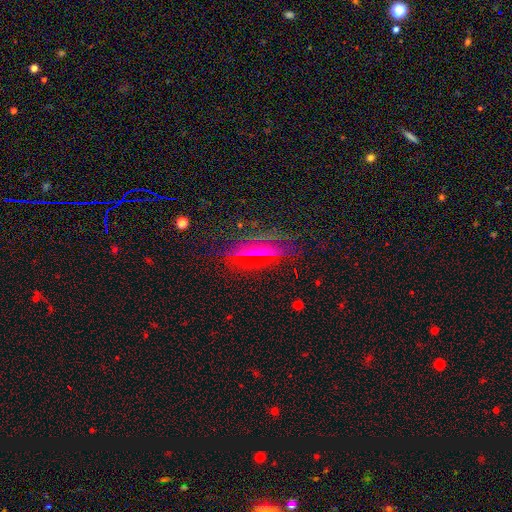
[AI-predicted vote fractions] A smooth galaxy with no disk features (41%).

Vote fractions:
- Smooth or featured? smooth: 41% / featured or disk: 33% / star or artifact: 26%
- Merging? none: 82% / minor disturbance: 12% / major disturbance: 4% / merger: 2%